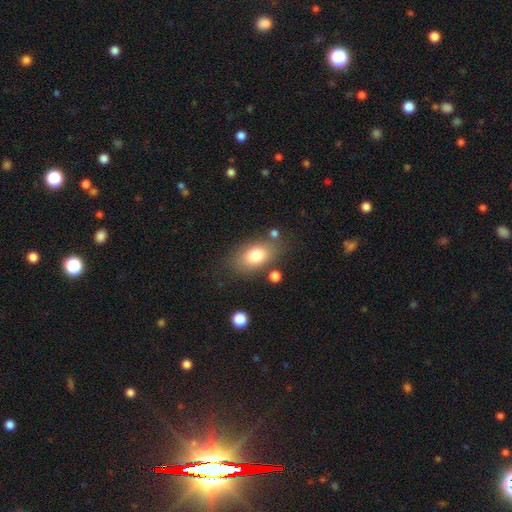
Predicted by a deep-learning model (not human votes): Smooth or featured? smooth (78%)
How rounded? in between (85%)
Merging? none (74%)